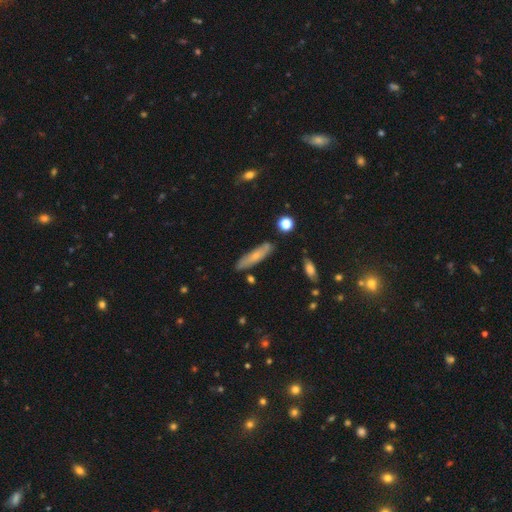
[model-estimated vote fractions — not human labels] Q: Smooth or featured?
A: smooth (59%); runner-up: featured or disk (34%)
Q: How rounded?
A: cigar-shaped (75%); runner-up: in between (23%)
Q: Merging?
A: none (79%); runner-up: minor disturbance (16%)